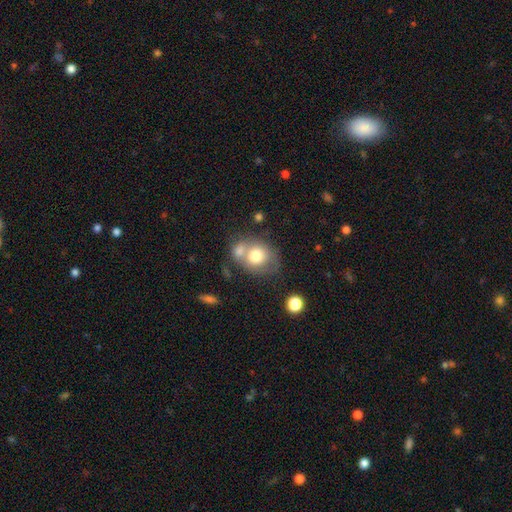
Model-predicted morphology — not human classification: Overall: smooth (71%). How rounded: round (66%; in between 33%). Merging: merger (42%; none 37%).